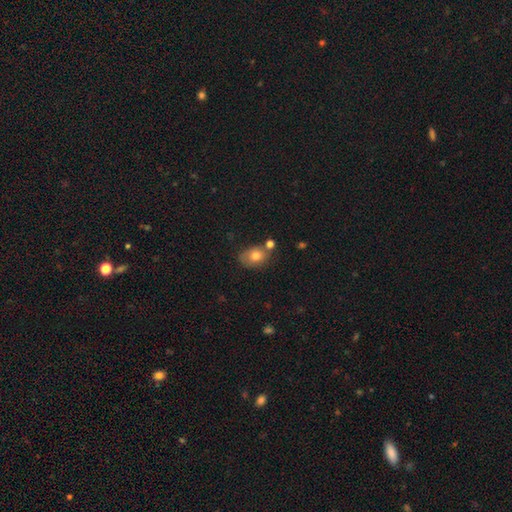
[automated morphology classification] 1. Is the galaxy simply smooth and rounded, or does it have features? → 75% smooth, 16% featured or disk, 10% star or artifact.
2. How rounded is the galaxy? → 66% in between, 33% round, 1% cigar-shaped.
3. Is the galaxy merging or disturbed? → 54% none, 22% minor disturbance, 17% merger, 7% major disturbance.